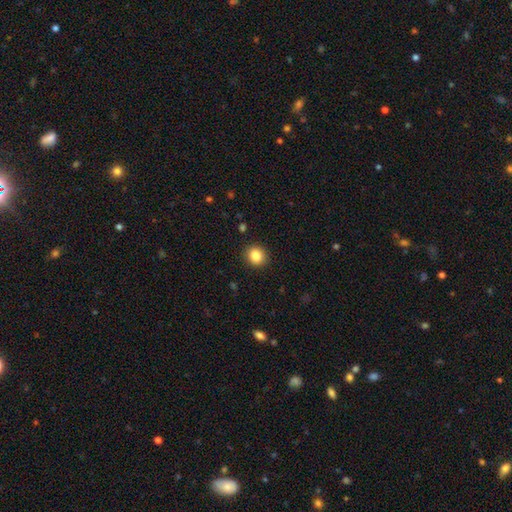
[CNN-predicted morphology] Smooth or featured: smooth — 85% (star or artifact — 10%)
How rounded: round — 83% (in between — 16%)
Merging: none — 91% (minor disturbance — 6%)